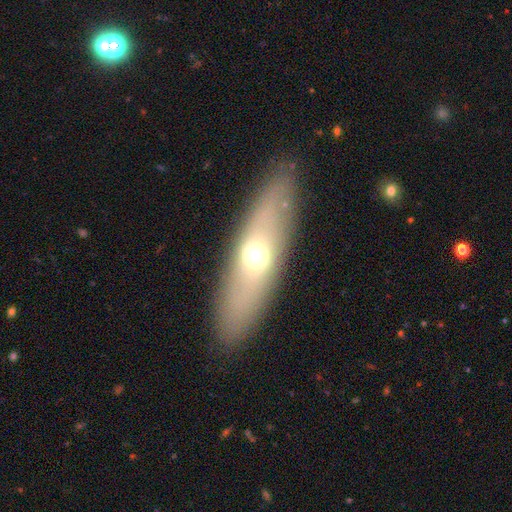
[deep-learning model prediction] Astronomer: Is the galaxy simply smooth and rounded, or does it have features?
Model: smooth — 46% (runner-up: featured or disk, 45%).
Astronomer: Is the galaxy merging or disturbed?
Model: none — 86%.